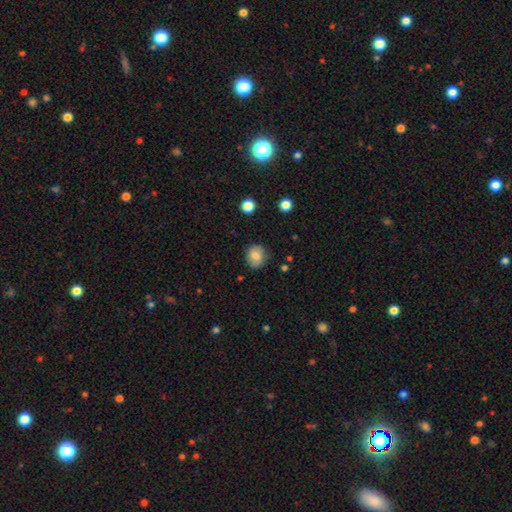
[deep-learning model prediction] A smooth galaxy with no disk features (79%) that is round (69%).

Vote fractions:
- Smooth or featured? smooth: 79% / featured or disk: 12% / star or artifact: 9%
- How rounded? round: 69% / in between: 30% / cigar-shaped: 1%
- Merging? none: 82% / minor disturbance: 13% / major disturbance: 3% / merger: 2%